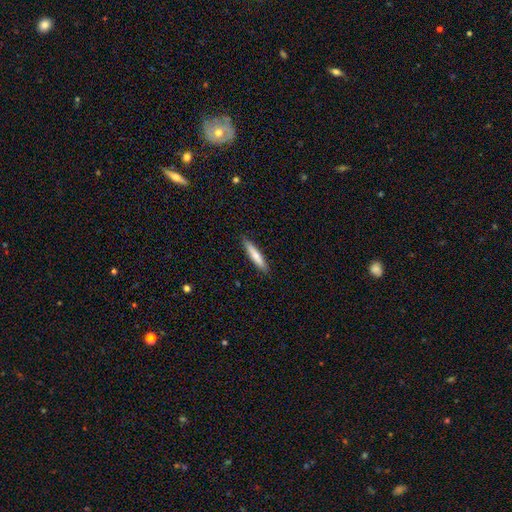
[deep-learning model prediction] This appears to be a smooth galaxy with no disk features (70%) that is cigar-shaped (89%). Merging: none (89%).